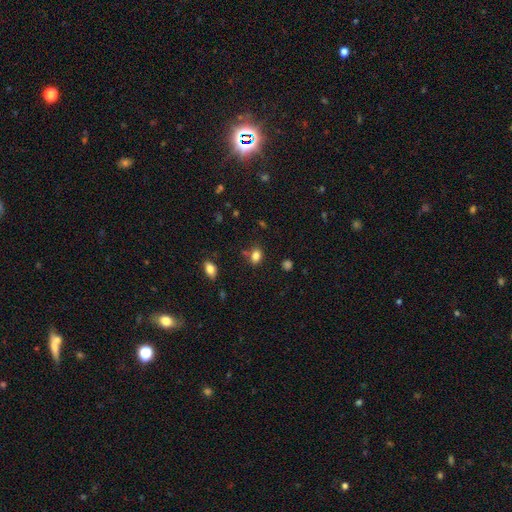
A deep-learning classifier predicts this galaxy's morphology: Overall: smooth (83%). How rounded: in between (72%). Merging: none (74%).